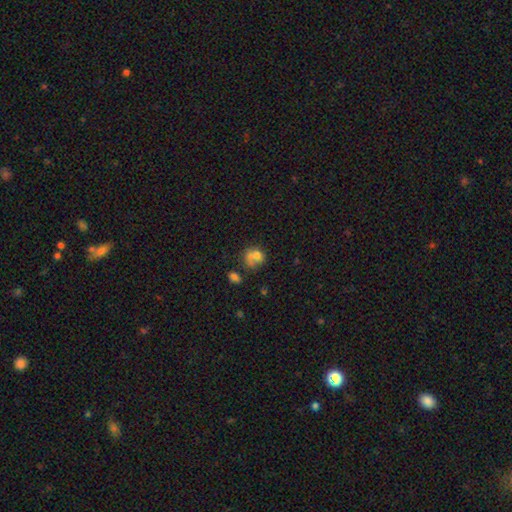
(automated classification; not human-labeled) A smooth galaxy with no disk features (68%) that is round (62%).

Vote fractions:
- Smooth or featured? smooth: 68% / featured or disk: 20% / star or artifact: 12%
- How rounded? round: 62% / in between: 37% / cigar-shaped: 1%
- Merging? merger: 48% / none: 29% / minor disturbance: 13% / major disturbance: 10%